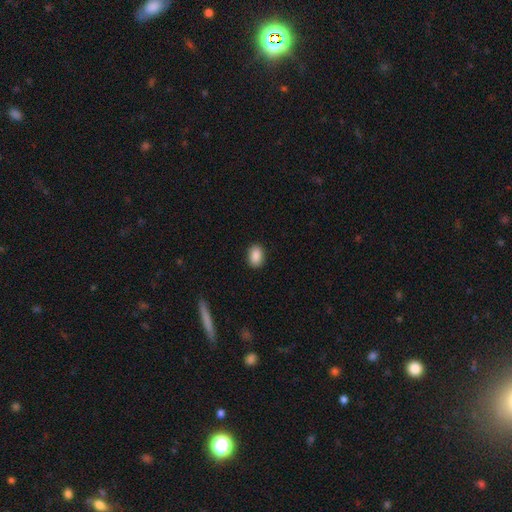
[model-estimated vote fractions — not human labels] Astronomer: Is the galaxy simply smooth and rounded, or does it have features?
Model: smooth — 89%.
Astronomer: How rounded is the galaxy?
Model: in between — 83%.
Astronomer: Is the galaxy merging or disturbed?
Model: none — 89%.